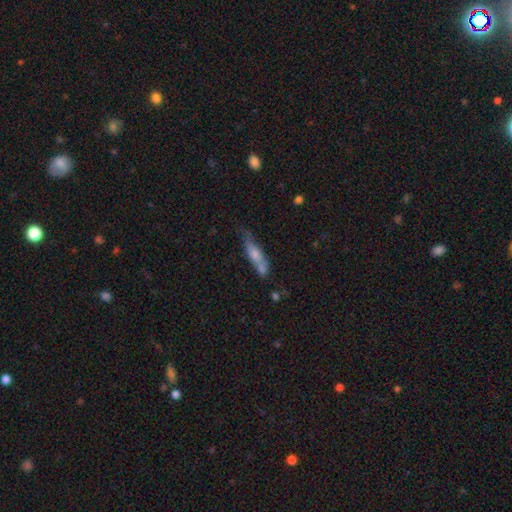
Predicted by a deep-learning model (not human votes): Smooth or featured? smooth (57%)
How rounded? cigar-shaped (73%)
Merging? none (45%)